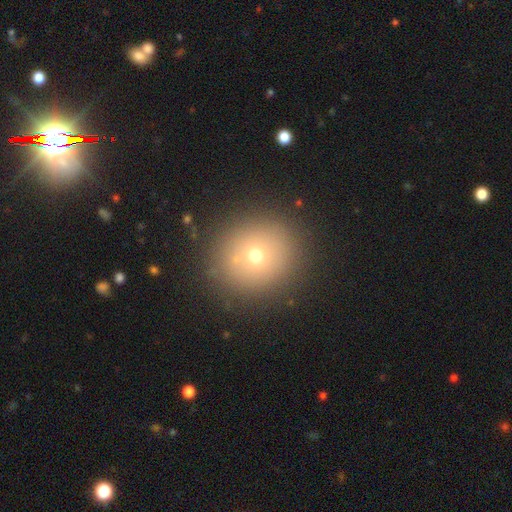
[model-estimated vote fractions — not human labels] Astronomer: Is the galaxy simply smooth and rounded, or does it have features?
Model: smooth — 66%.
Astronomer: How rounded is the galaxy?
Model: round — 87%.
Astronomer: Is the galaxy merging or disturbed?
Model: none — 86%.